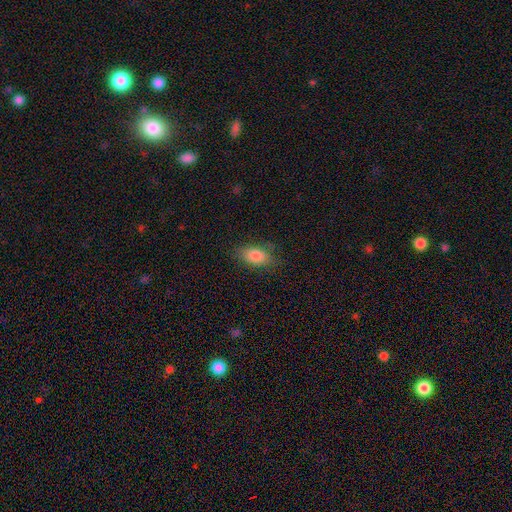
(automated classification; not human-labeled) Smooth or featured? Predicted: smooth (p=0.84). How rounded? Predicted: in between (p=0.89). Merging? Predicted: none (p=0.78).